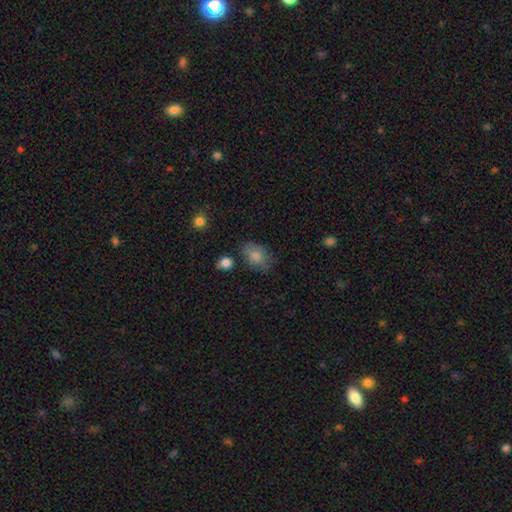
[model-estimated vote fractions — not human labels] The model was most divided on "merging": none: 65%, minor disturbance: 23%, major disturbance: 7%, merger: 5%. More confident: how rounded — in between (81%); smooth or featured — smooth (80%).